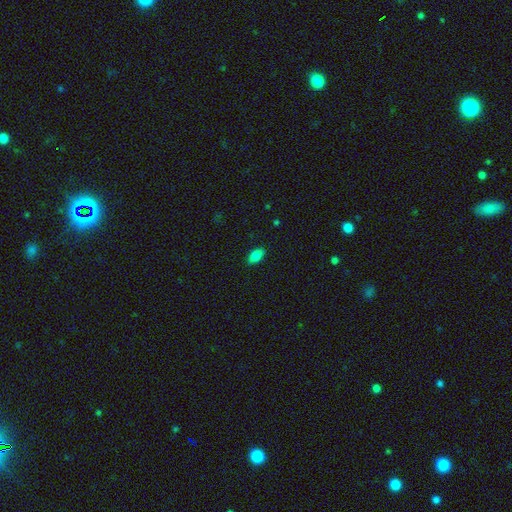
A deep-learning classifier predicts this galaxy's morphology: smooth 85%, star or artifact 8%, featured or disk 6%. Down the decision tree: how rounded — in between (91%); merging — none (88%).